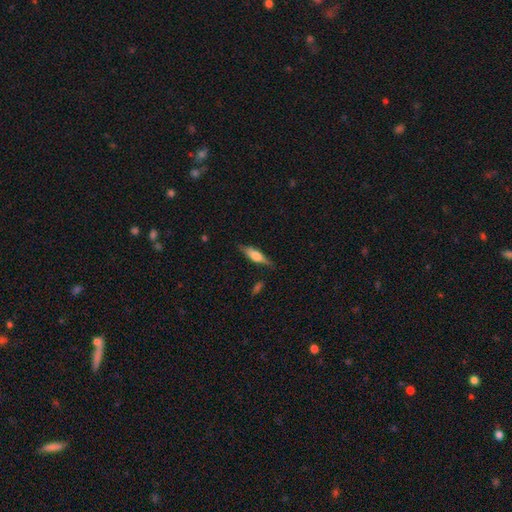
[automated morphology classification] Q: Smooth or featured?
A: smooth (50%); runner-up: featured or disk (43%)
Q: How rounded?
A: cigar-shaped (62%); runner-up: in between (35%)
Q: Merging?
A: none (79%); runner-up: minor disturbance (16%)